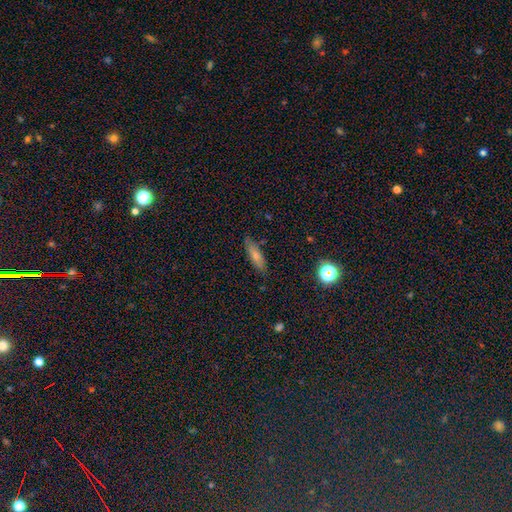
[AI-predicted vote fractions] Smooth or featured? smooth (69%)
How rounded? cigar-shaped (51%)
Merging? none (79%)